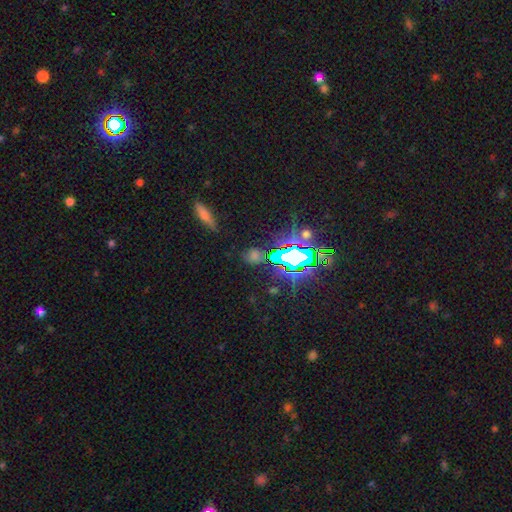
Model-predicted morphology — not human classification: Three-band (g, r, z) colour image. It shows a star or artifact, not a galaxy (64%).